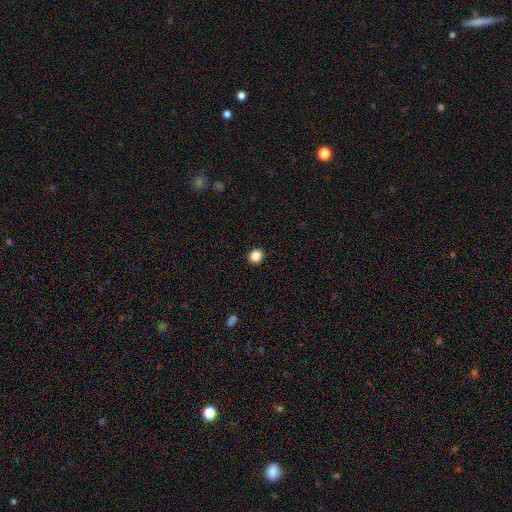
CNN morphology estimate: A smooth galaxy with no disk features (87%) that is round (82%).

Vote fractions:
- Smooth or featured? smooth: 87% / star or artifact: 10% / featured or disk: 3%
- How rounded? round: 82% / in between: 17% / cigar-shaped: 1%
- Merging? none: 92% / minor disturbance: 5% / major disturbance: 2% / merger: 1%